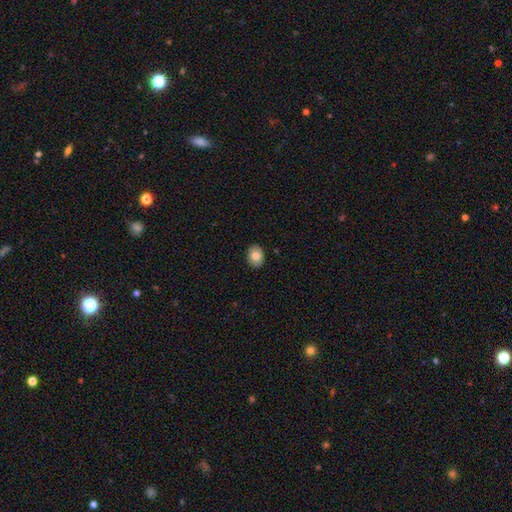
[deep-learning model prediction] A smooth galaxy with no disk features (82%) that is in between round and cigar-shaped (62%).

Vote fractions:
- Smooth or featured? smooth: 82% / featured or disk: 10% / star or artifact: 8%
- How rounded? in between: 62% / round: 37% / cigar-shaped: 1%
- Merging? none: 90% / minor disturbance: 7% / major disturbance: 2% / merger: 1%